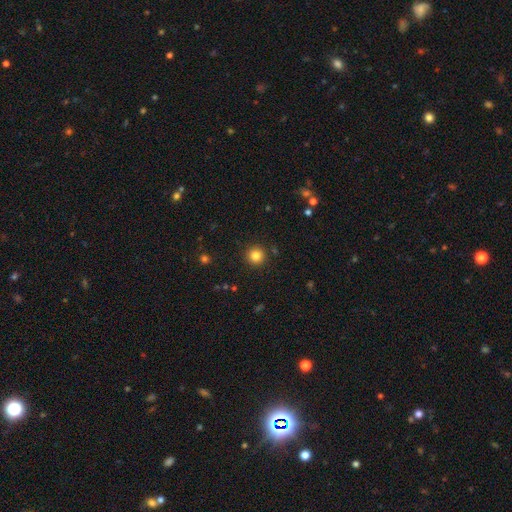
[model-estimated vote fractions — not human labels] This is clearly a smooth galaxy (83%). How rounded: clearly round (95%). Merging: clearly none (92%).